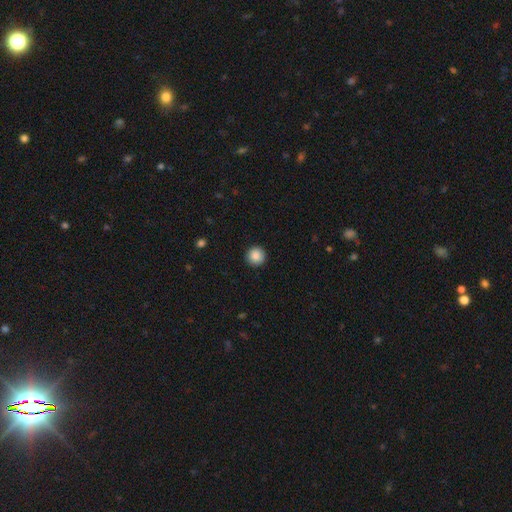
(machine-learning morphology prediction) The model was most divided on "smooth or featured": smooth: 88%, star or artifact: 9%, featured or disk: 3%. More confident: how rounded — round (96%); merging — none (92%).